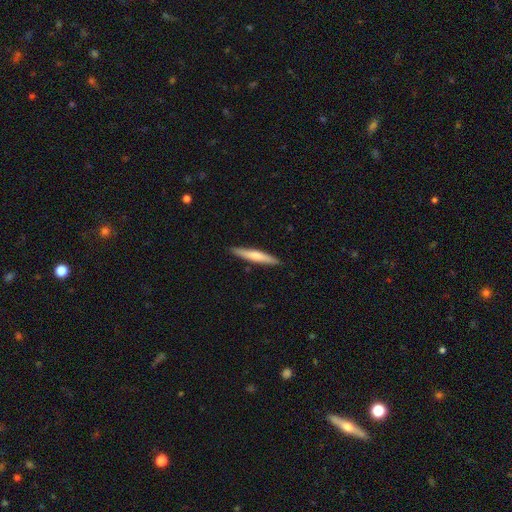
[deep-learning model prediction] Overall: smooth (65%; featured or disk 30%). How rounded: cigar-shaped (93%). Merging: none (89%).